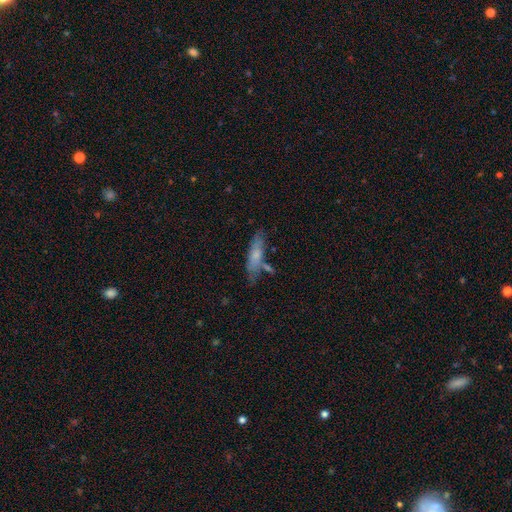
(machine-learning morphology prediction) smooth 66%, featured or disk 27%, star or artifact 7%. Down the decision tree: how rounded — cigar-shaped (64%); merging — none (61%).